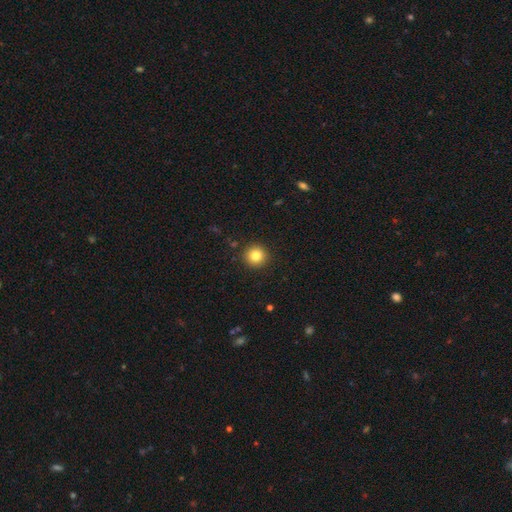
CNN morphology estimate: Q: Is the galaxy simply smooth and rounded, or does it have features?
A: smooth — 82%.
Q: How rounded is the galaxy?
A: round — 95%.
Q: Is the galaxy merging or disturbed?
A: none — 92%.